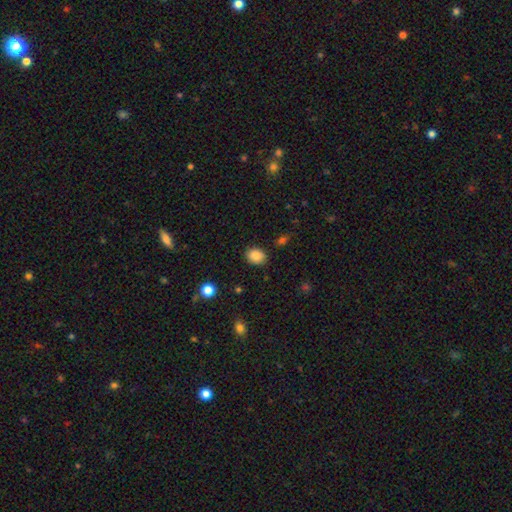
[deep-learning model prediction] Smooth or featured: smooth — 87% (star or artifact — 9%)
How rounded: in between — 55% (round — 44%)
Merging: none — 86% (minor disturbance — 10%)